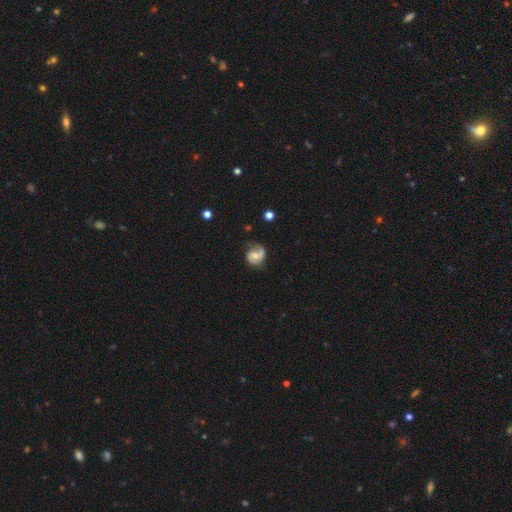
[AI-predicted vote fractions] Q: Smooth or featured?
A: featured or disk (64%); runner-up: smooth (28%)
Q: Edge-on disk?
A: no (98%); runner-up: yes (2%)
Q: Bar?
A: no (59%); runner-up: weak (34%)
Q: Spiral arms?
A: yes (90%); runner-up: no (10%)
Q: Spiral winding?
A: medium (42%); runner-up: loose (29%)
Q: Spiral arm count?
A: 2 (61%); runner-up: 1 (28%)
Q: Bulge size?
A: moderate (46%); runner-up: small (42%)
Q: Merging?
A: none (57%); runner-up: minor disturbance (26%)